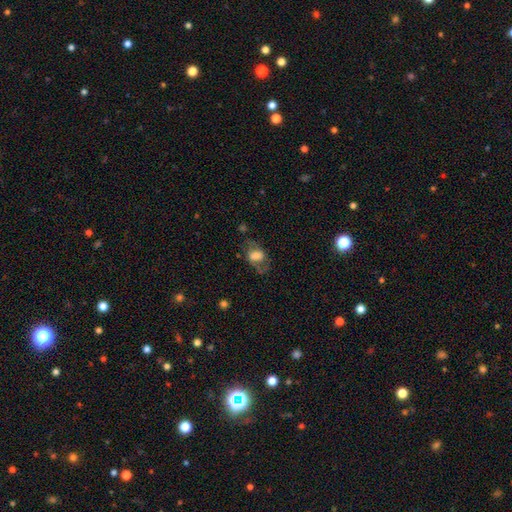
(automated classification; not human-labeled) A featured or disk galaxy (54%).

Vote fractions:
- Smooth or featured? featured or disk: 54% / smooth: 37% / star or artifact: 9%
- Edge-on disk? no: 92% / yes: 8%
- Merging? none: 62% / minor disturbance: 20% / major disturbance: 17% / merger: 2%